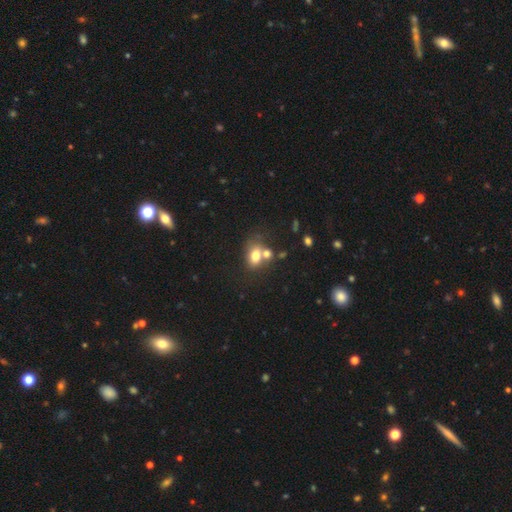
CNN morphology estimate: Q: Smooth or featured?
A: smooth (74%); runner-up: featured or disk (15%)
Q: How rounded?
A: in between (70%); runner-up: round (29%)
Q: Merging?
A: merger (43%); runner-up: none (39%)